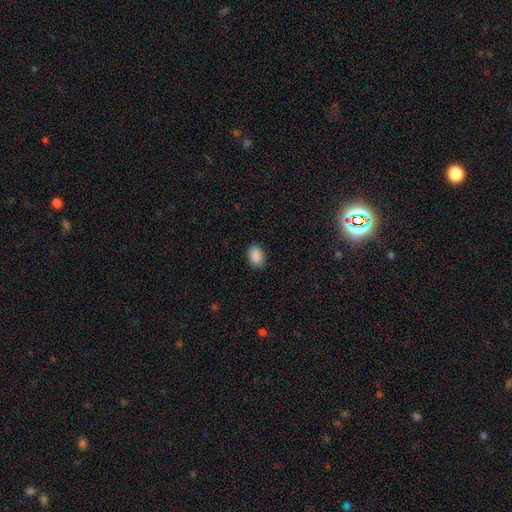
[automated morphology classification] smooth_or_featured: smooth (p=0.89) [alt: star or artifact p=0.08]
how_rounded: in between (p=0.81) [alt: round p=0.18]
merging: none (p=0.88) [alt: minor disturbance p=0.09]